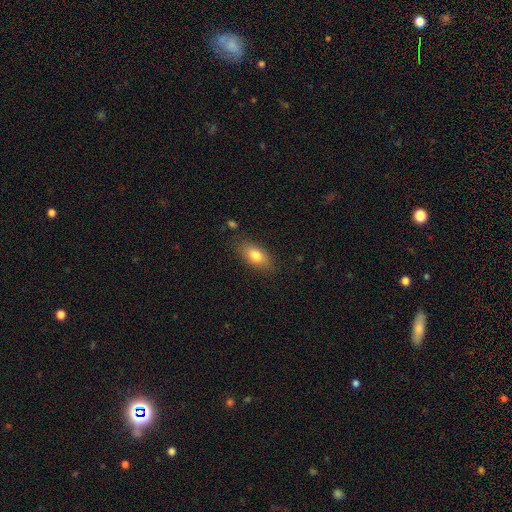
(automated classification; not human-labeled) This is likely a smooth galaxy (79%). How rounded: clearly in between (85%). Merging: clearly none (82%).